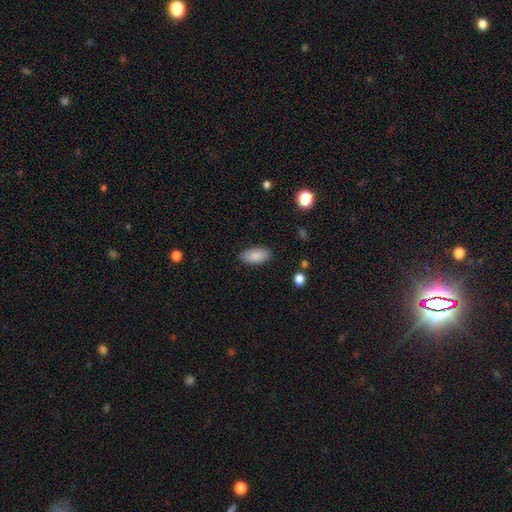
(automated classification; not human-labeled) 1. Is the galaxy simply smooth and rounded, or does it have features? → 86% smooth, 7% featured or disk, 7% star or artifact.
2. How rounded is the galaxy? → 93% in between, 5% cigar-shaped, 3% round.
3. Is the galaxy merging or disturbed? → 84% none, 12% minor disturbance, 3% major disturbance, 1% merger.